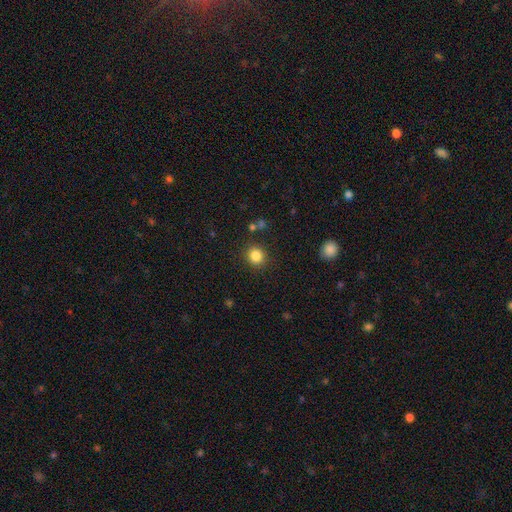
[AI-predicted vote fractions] smooth 84%, star or artifact 11%, featured or disk 5%. Down the decision tree: how rounded — round (86%); merging — none (88%).